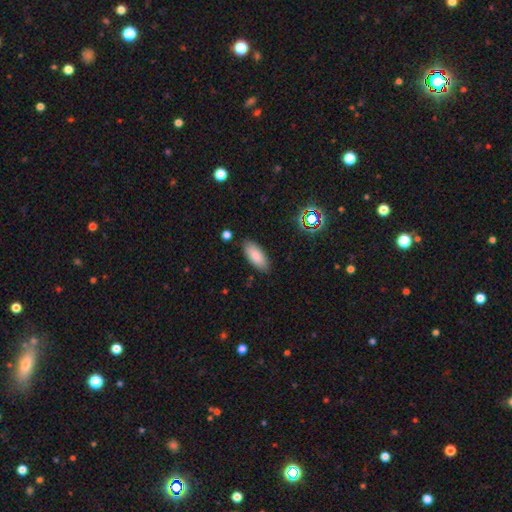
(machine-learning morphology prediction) Smooth or featured? smooth (83%)
How rounded? in between (85%)
Merging? none (86%)